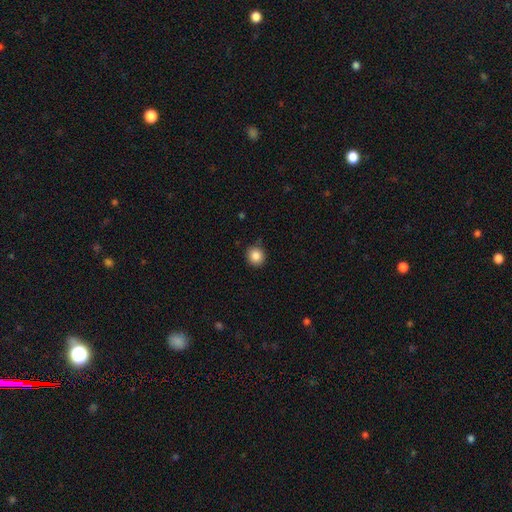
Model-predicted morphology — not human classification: smooth 86%, star or artifact 10%, featured or disk 4%. Down the decision tree: how rounded — round (89%); merging — none (85%).